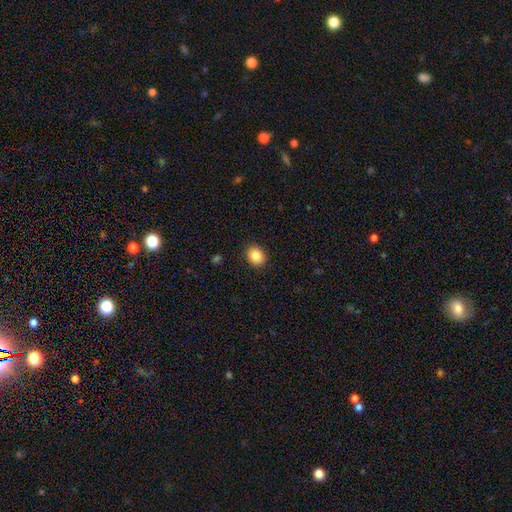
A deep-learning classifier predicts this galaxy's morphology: This appears to be a smooth galaxy with no disk features (87%) that is round (50%). Merging: none (90%).